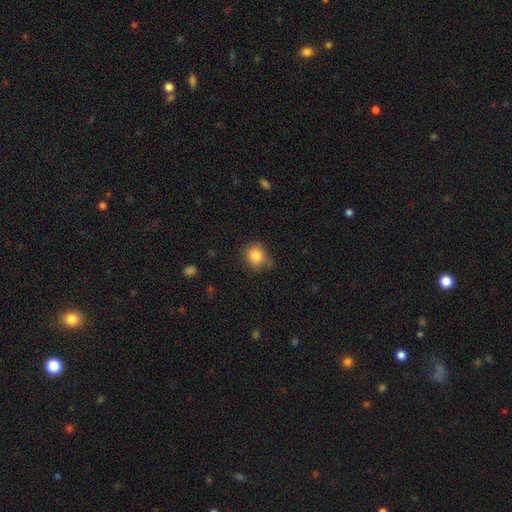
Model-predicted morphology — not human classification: Smooth or featured? Predicted: smooth (p=0.85). How rounded? Predicted: round (p=0.74). Merging? Predicted: none (p=0.65).